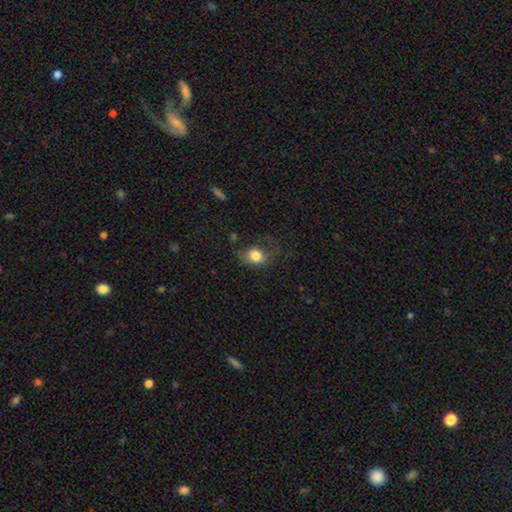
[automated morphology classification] Q: Smooth or featured?
A: smooth (81%); runner-up: star or artifact (10%)
Q: How rounded?
A: round (53%); runner-up: in between (46%)
Q: Merging?
A: none (52%); runner-up: minor disturbance (27%)